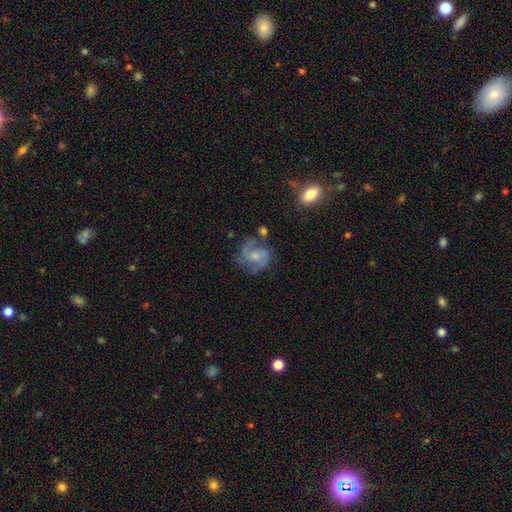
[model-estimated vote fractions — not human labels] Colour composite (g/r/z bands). It shows a featured or disk galaxy (67%) with no bar (60%), 2 (46%) medium (48%) spiral arms (83%) and a small central bulge (41%). Merging: none (59%).